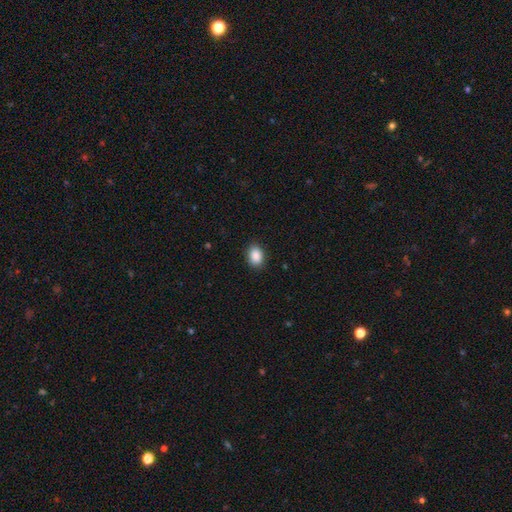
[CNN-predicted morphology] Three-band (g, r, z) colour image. It shows a smooth galaxy with no disk features (89%) that is in between round and cigar-shaped (74%). Merging: none (88%).